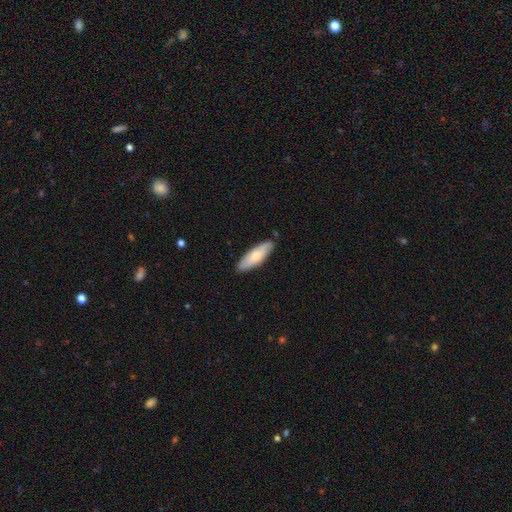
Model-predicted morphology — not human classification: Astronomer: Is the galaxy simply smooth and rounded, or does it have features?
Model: smooth — 70%.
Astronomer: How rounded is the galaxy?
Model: in between — 59% (runner-up: cigar-shaped, 39%).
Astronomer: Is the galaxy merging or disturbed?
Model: none — 85%.